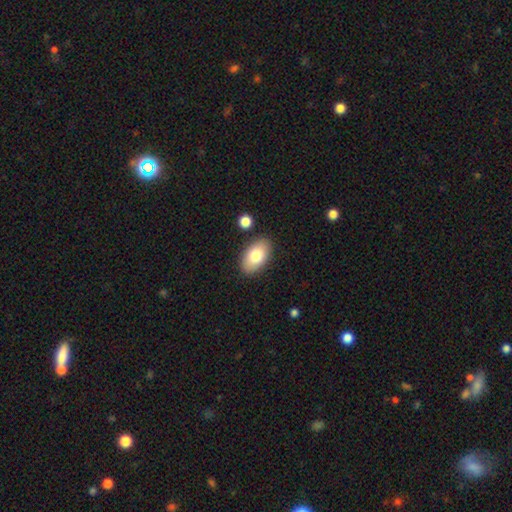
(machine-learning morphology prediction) Q: Smooth or featured?
A: smooth (79%); runner-up: featured or disk (14%)
Q: How rounded?
A: in between (94%); runner-up: round (4%)
Q: Merging?
A: none (86%); runner-up: minor disturbance (9%)